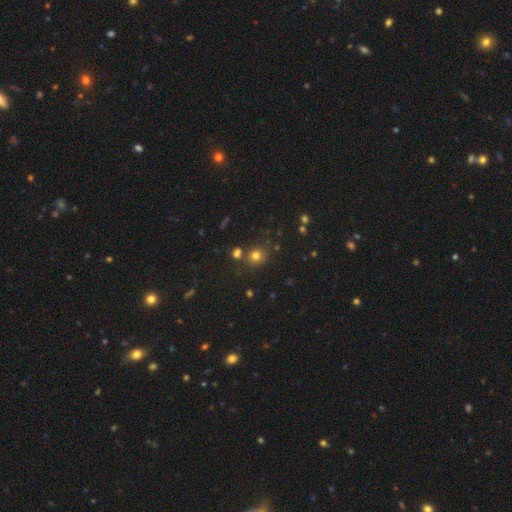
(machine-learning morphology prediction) A smooth galaxy with no disk features (74%) that is round (83%). Merging: none (73%).